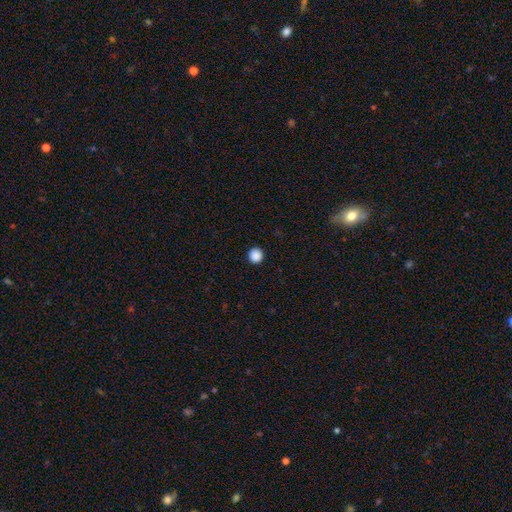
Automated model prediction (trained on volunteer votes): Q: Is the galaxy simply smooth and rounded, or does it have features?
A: smooth — 88%.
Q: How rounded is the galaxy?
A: round — 96%.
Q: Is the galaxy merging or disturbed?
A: none — 94%.